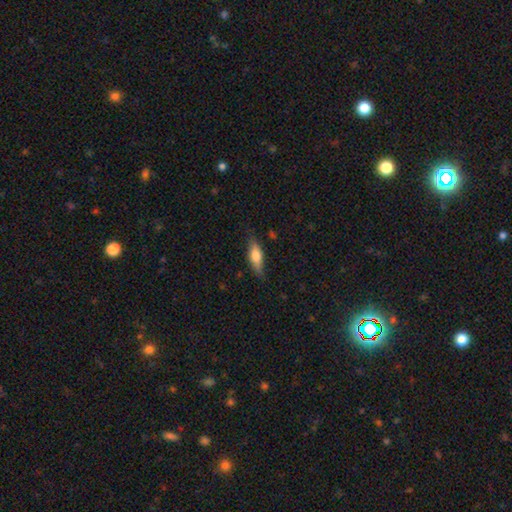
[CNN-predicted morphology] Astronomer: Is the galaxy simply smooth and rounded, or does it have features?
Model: smooth — 64%.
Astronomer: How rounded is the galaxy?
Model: in between — 55% (runner-up: cigar-shaped, 42%).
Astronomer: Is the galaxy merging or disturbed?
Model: none — 80%.